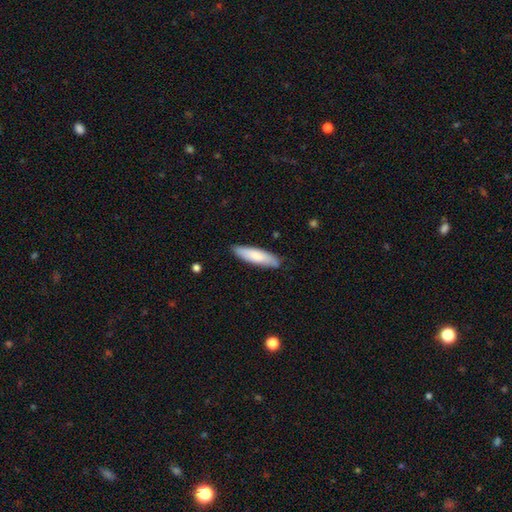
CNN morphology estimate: smooth-or-featured: smooth: 79% | featured or disk: 16% | star or artifact: 5%
  how-rounded: cigar-shaped: 66% | in between: 33% | round: 1%
  merging: none: 86% | minor disturbance: 11% | major disturbance: 2% | merger: 1%